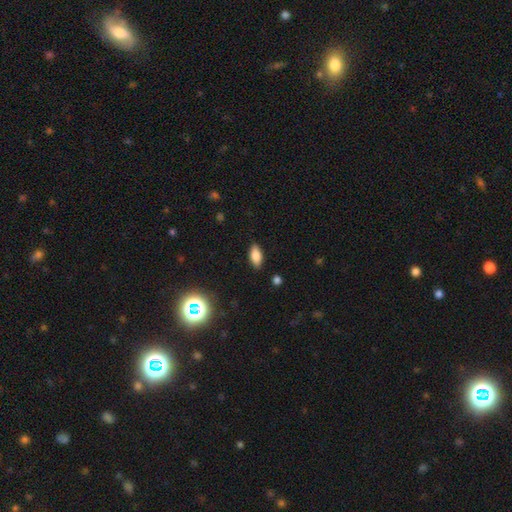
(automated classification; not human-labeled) Overall: smooth (81%). How rounded: in between (87%). Merging: none (87%).